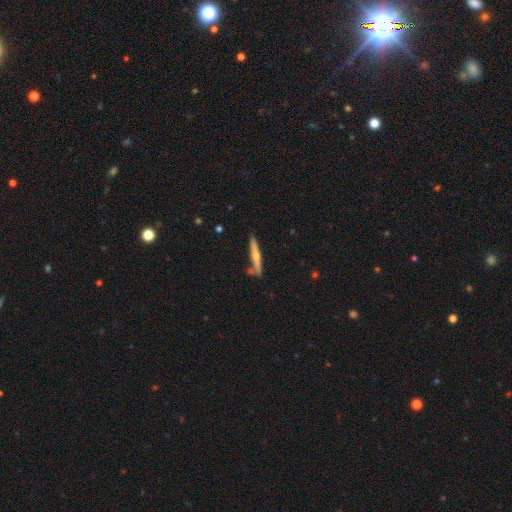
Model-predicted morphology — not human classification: Overall: featured or disk (54%; smooth 40%). Edge-on disk: yes (96%). Edge-on bulge: rounded (80%). Merging: none (78%).